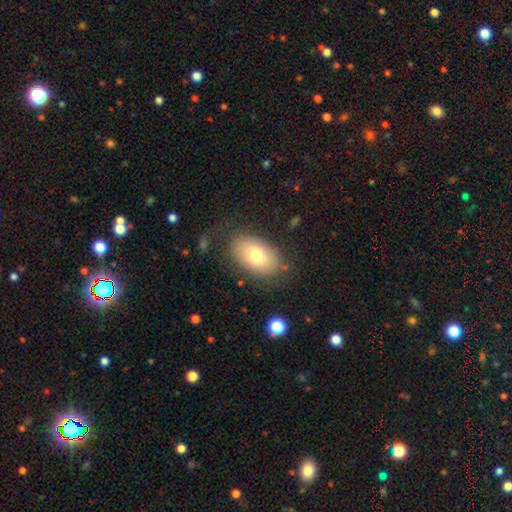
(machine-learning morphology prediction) Q: Smooth or featured?
A: smooth (75%); runner-up: featured or disk (17%)
Q: How rounded?
A: in between (90%); runner-up: round (9%)
Q: Merging?
A: none (77%); runner-up: minor disturbance (14%)